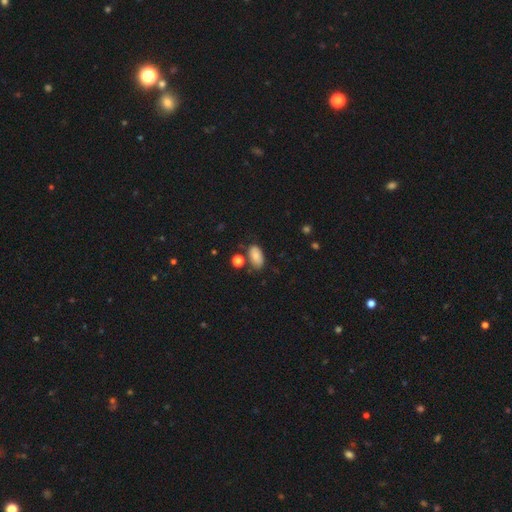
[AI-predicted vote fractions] Morphology: type=smooth (81%); roundness=in between (92%); merging=none (70%).